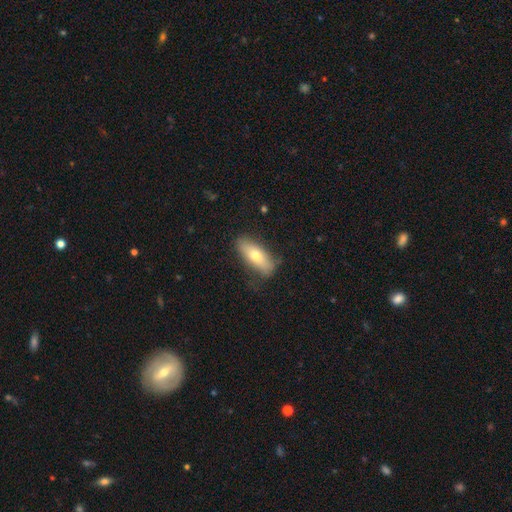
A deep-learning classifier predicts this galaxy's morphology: Q: Smooth or featured?
A: smooth (65%); runner-up: featured or disk (28%)
Q: How rounded?
A: in between (67%); runner-up: cigar-shaped (30%)
Q: Merging?
A: none (77%); runner-up: minor disturbance (18%)